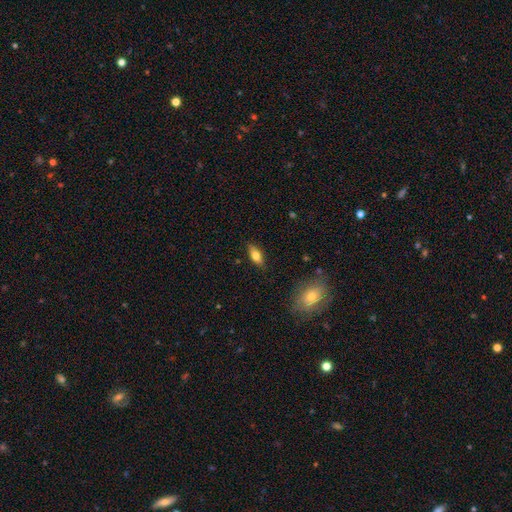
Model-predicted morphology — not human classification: smooth 69%, featured or disk 24%, star or artifact 7%. Down the decision tree: how rounded — in between (75%); merging — none (85%).